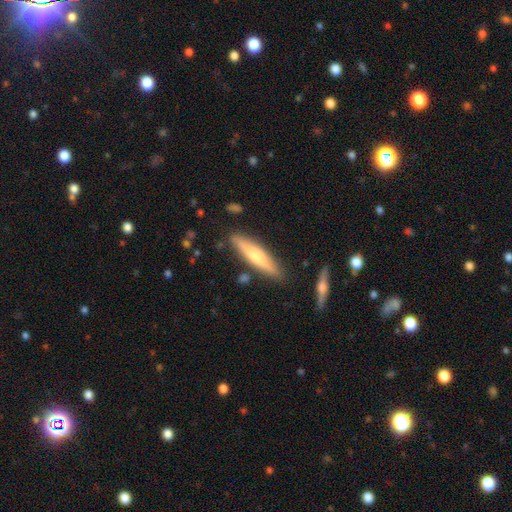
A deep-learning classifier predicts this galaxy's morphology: type=smooth (52%); roundness=cigar-shaped (85%); merging=none (84%).